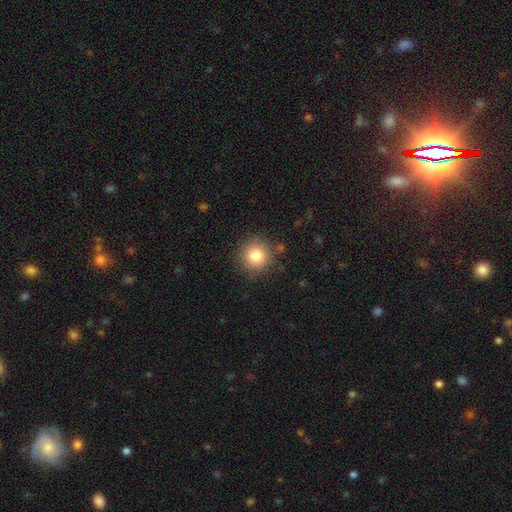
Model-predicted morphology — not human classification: The model was most divided on "smooth or featured": smooth: 81%, star or artifact: 11%, featured or disk: 8%. More confident: how rounded — round (93%); merging — none (86%).